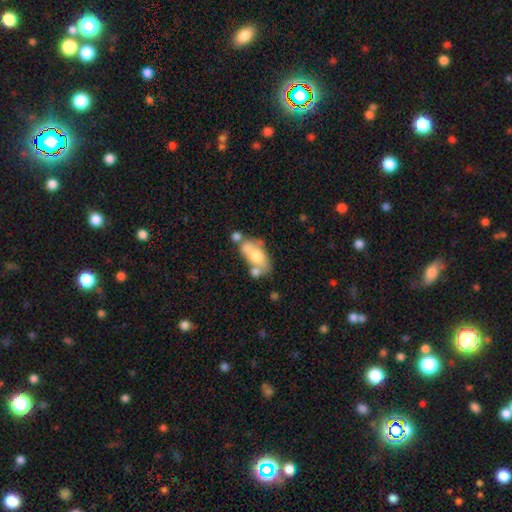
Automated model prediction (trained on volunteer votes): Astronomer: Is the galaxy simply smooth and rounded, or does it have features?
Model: smooth — 53% (runner-up: featured or disk, 40%).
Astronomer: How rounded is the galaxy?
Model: in between — 88%.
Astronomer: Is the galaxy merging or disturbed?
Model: none — 36%, tied with merger at 36%.